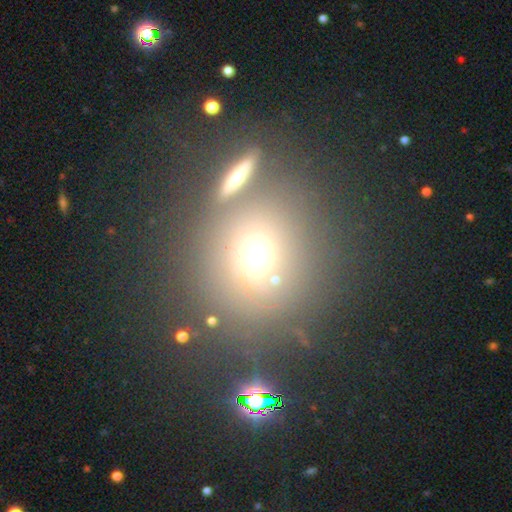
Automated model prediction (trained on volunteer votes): This is likely a smooth galaxy (66%). How rounded: likely round (75%). Merging: possibly none (57%).